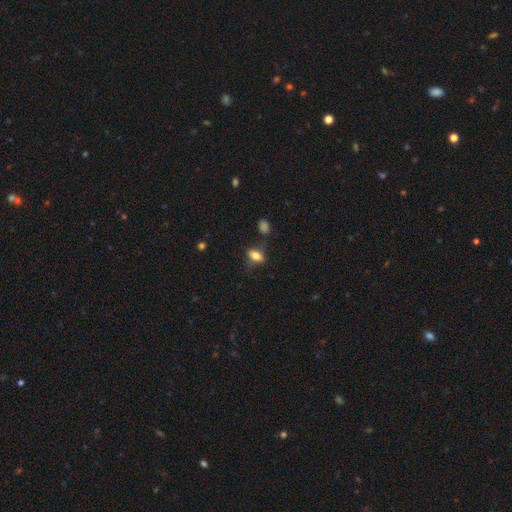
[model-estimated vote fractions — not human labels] Smooth or featured: smooth — 72% (featured or disk — 18%)
How rounded: in between — 78% (cigar-shaped — 13%)
Merging: none — 69% (minor disturbance — 19%)